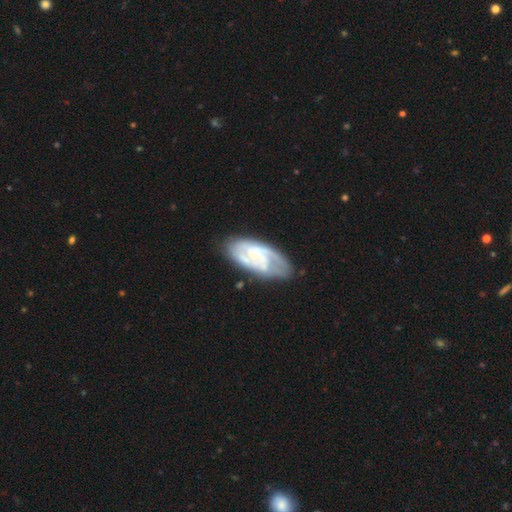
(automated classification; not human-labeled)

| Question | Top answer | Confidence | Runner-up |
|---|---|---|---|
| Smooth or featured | featured or disk | 76% | smooth (18%) |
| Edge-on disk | no | 95% | yes (5%) |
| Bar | no | 65% | weak (29%) |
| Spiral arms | yes | 88% | no (12%) |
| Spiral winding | tight | 53% | medium (36%) |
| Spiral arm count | can't tell | 34% | 2 (32%) |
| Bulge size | small | 62% | moderate (19%) |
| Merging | none | 67% | minor disturbance (22%) |